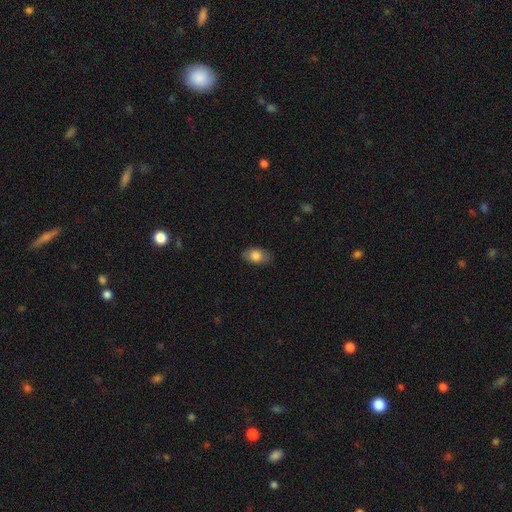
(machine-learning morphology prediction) Overall: smooth (82%). How rounded: in between (90%). Merging: none (82%).